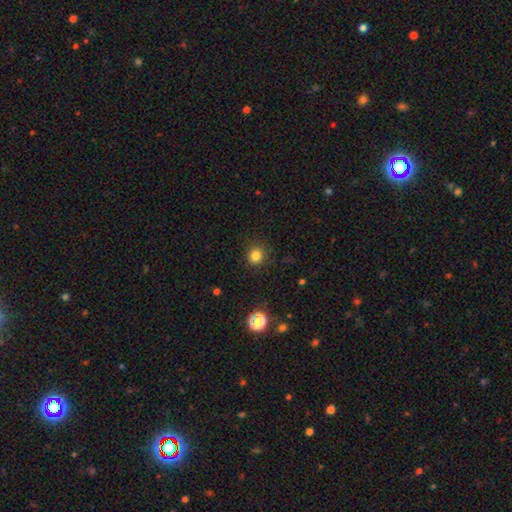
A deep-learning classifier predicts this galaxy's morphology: smooth-or-featured: smooth: 81% | star or artifact: 14% | featured or disk: 5%
  how-rounded: round: 88% | in between: 11% | cigar-shaped: 1%
  merging: none: 89% | minor disturbance: 8% | major disturbance: 3% | merger: 1%